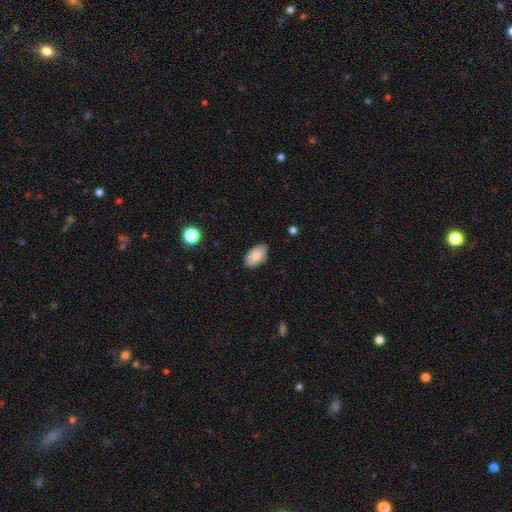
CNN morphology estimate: Smooth or featured? Predicted: smooth (p=0.85). How rounded? Predicted: in between (p=0.94). Merging? Predicted: none (p=0.85).